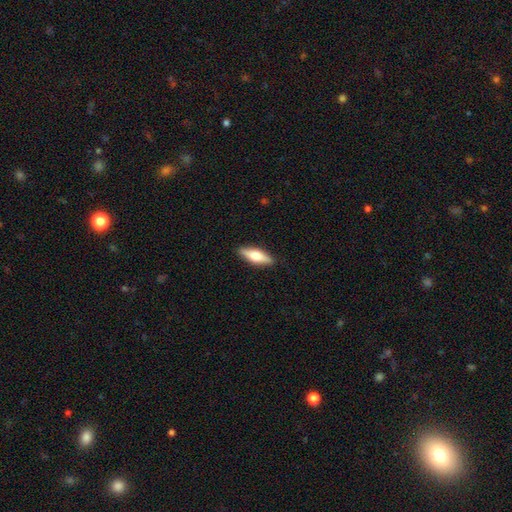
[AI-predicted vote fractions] smooth 56%, featured or disk 39%, star or artifact 6%. Down the decision tree: how rounded — cigar-shaped (49%); merging — none (89%).